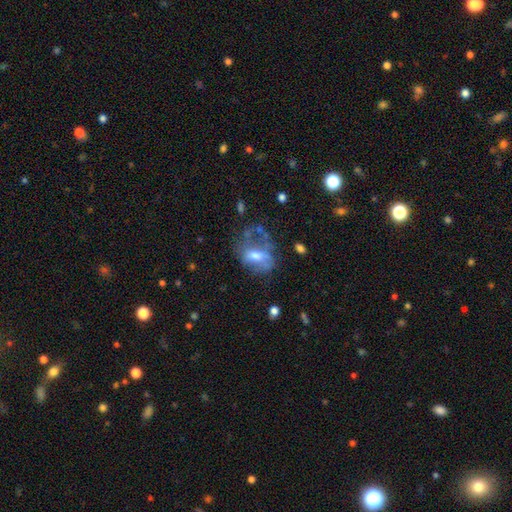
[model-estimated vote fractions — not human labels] smooth-or-featured: featured or disk: 46% | smooth: 43% | star or artifact: 11%
  merging: none: 35% | major disturbance: 33% | minor disturbance: 25% | merger: 7%